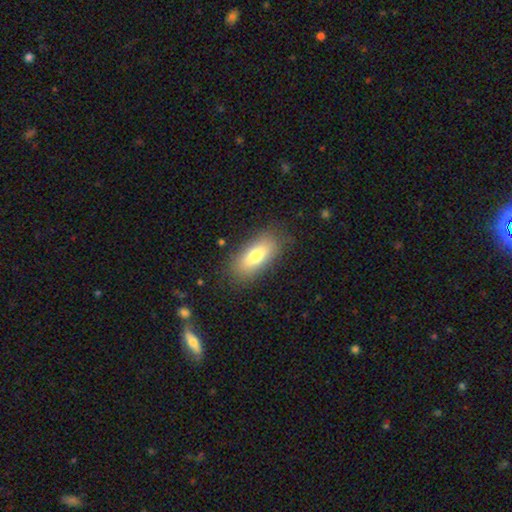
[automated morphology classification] A smooth galaxy with no disk features (77%) that is in between round and cigar-shaped (83%).

Vote fractions:
- Smooth or featured? smooth: 77% / featured or disk: 15% / star or artifact: 7%
- How rounded? in between: 83% / cigar-shaped: 14% / round: 3%
- Merging? none: 82% / minor disturbance: 12% / major disturbance: 4% / merger: 1%